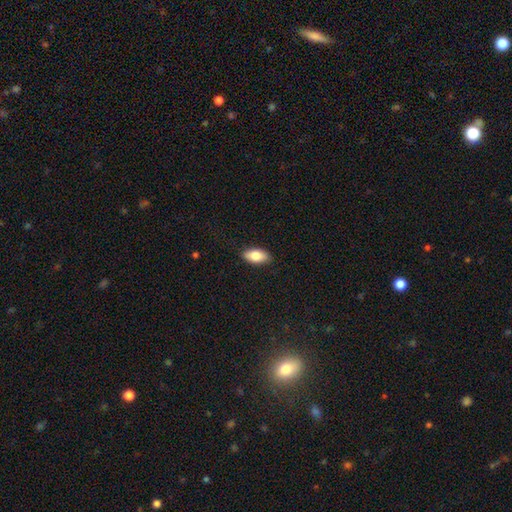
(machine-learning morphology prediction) The model was most divided on "smooth or featured": smooth: 82%, featured or disk: 11%, star or artifact: 7%. More confident: how rounded — in between (91%); merging — none (88%).